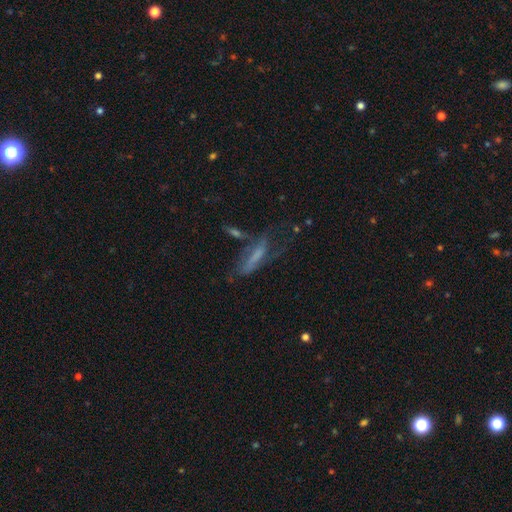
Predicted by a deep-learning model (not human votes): This appears to be a featured or disk galaxy (46%). Merging: none (39%).